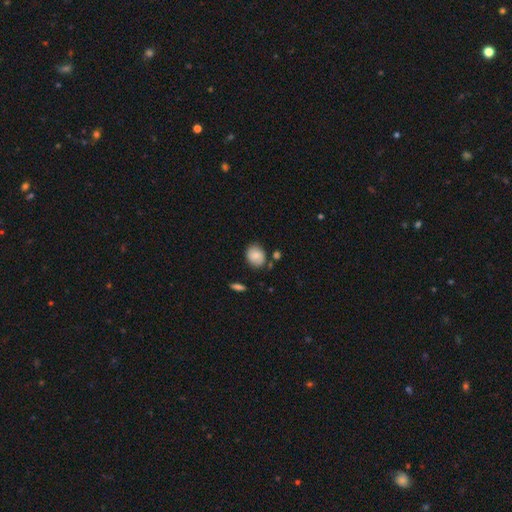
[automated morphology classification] A smooth galaxy with no disk features (77%) that is round (51%).

Vote fractions:
- Smooth or featured? smooth: 77% / featured or disk: 15% / star or artifact: 8%
- How rounded? round: 51% / in between: 48% / cigar-shaped: 1%
- Merging? none: 76% / minor disturbance: 16% / merger: 5% / major disturbance: 3%